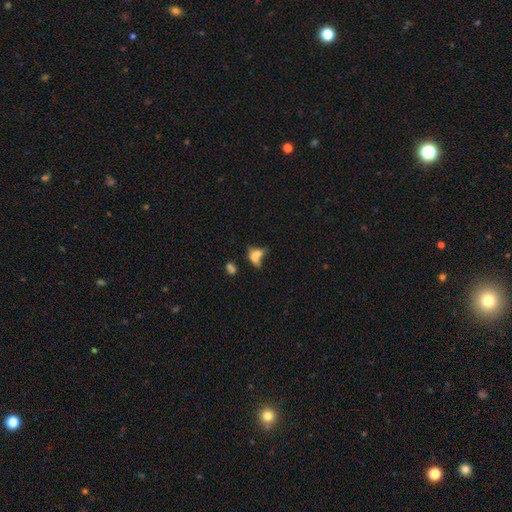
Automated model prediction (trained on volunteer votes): A smooth galaxy with no disk features (65%) that is in between round and cigar-shaped (73%).

Vote fractions:
- Smooth or featured? smooth: 65% / featured or disk: 22% / star or artifact: 13%
- How rounded? in between: 73% / round: 18% / cigar-shaped: 9%
- Merging? merger: 49% / none: 23% / major disturbance: 16% / minor disturbance: 12%